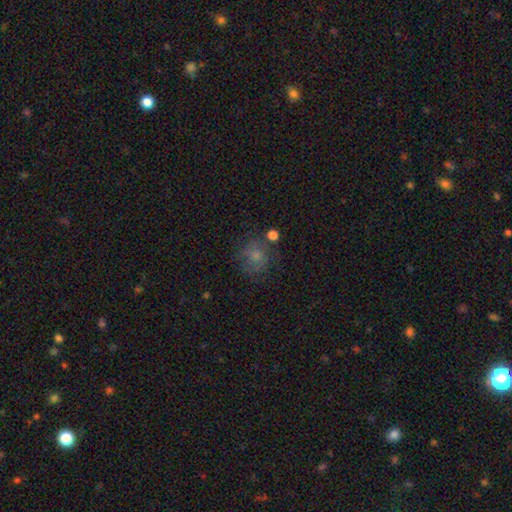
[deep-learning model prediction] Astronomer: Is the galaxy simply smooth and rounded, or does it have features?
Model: smooth — 66%.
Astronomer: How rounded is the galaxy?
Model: round — 80%.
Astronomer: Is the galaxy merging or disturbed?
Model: none — 64%.